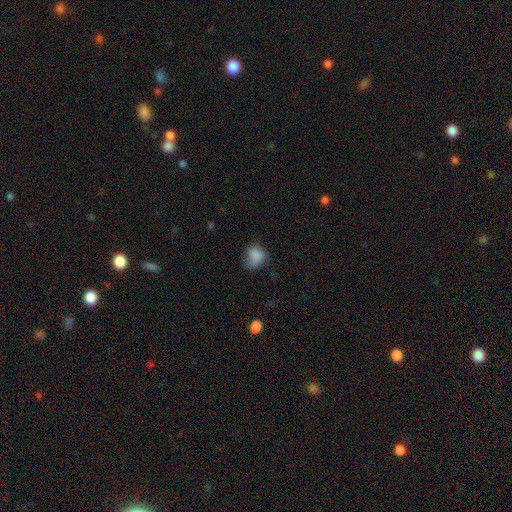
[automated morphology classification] type=smooth (81%); roundness=round (59%); merging=none (49%).